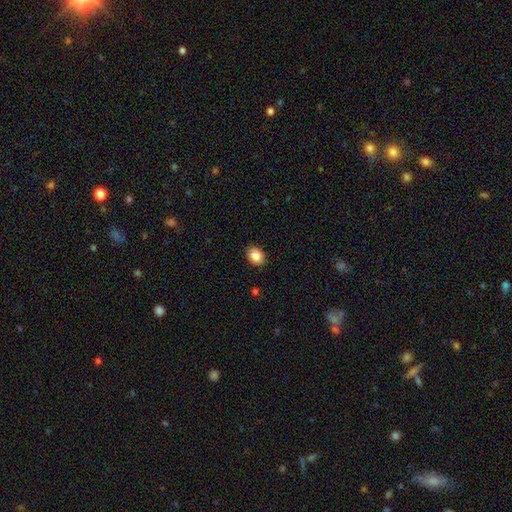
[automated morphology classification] This appears to be a smooth galaxy with no disk features (85%) that is in between round and cigar-shaped (59%). Merging: none (90%).